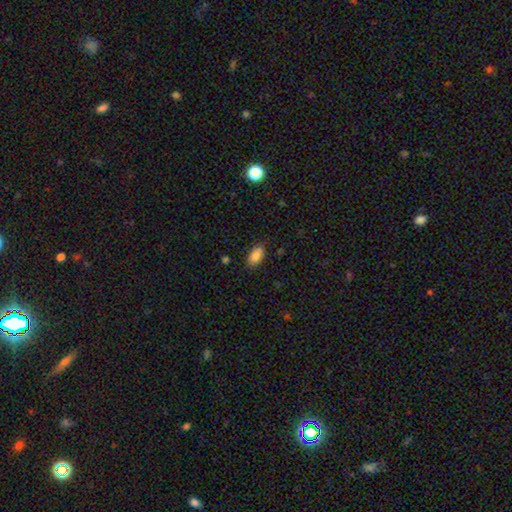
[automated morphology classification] Smooth or featured?
  - smooth: 87% *
  - star or artifact: 7%
  - featured or disk: 6%
How rounded?
  - in between: 92% *
  - cigar-shaped: 5%
  - round: 3%
Merging?
  - none: 83% *
  - minor disturbance: 13%
  - major disturbance: 3%
  - merger: 1%